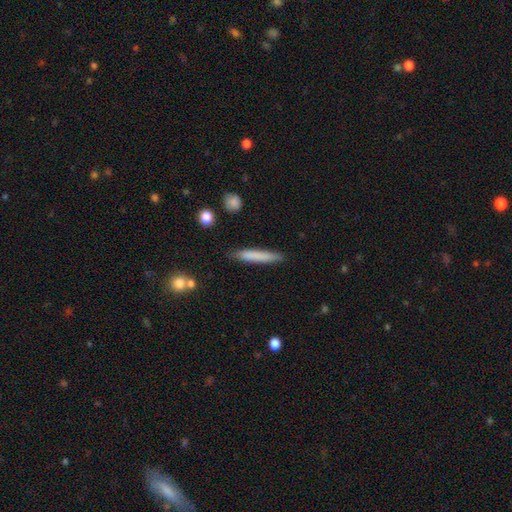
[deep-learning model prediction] smooth_or_featured: smooth (p=0.76) [alt: featured or disk p=0.18]
how_rounded: cigar-shaped (p=0.94) [alt: in between p=0.05]
merging: none (p=0.87) [alt: minor disturbance p=0.09]